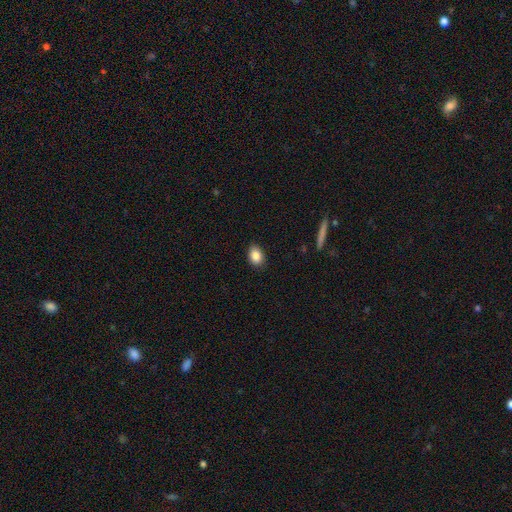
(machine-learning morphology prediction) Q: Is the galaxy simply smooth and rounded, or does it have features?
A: smooth — 86%.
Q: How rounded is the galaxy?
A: in between — 78%.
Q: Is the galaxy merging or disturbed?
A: none — 87%.